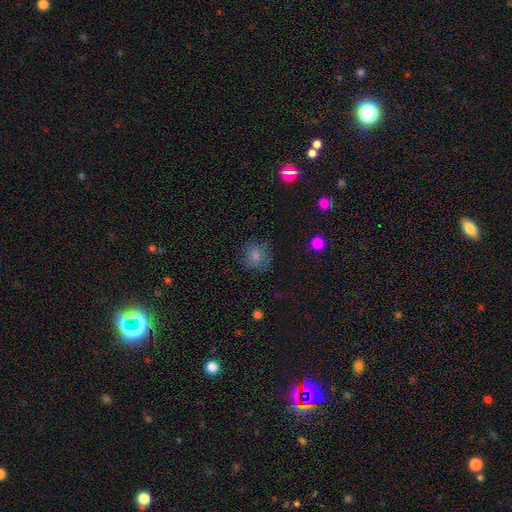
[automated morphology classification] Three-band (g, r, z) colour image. It shows a smooth galaxy with no disk features (77%) that is round (82%). Merging: none (70%).